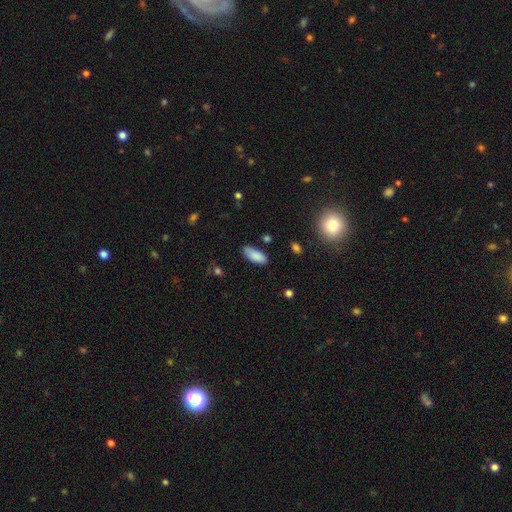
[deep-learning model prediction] This is clearly a smooth galaxy (87%). How rounded: clearly in between (83%). Merging: likely none (76%).